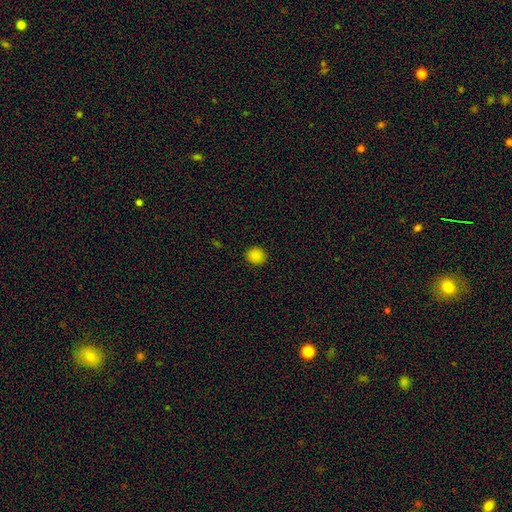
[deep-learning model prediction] The model was most divided on "how rounded": round: 80%, in between: 19%, cigar-shaped: 1%. More confident: merging — none (91%); smooth or featured — smooth (85%).